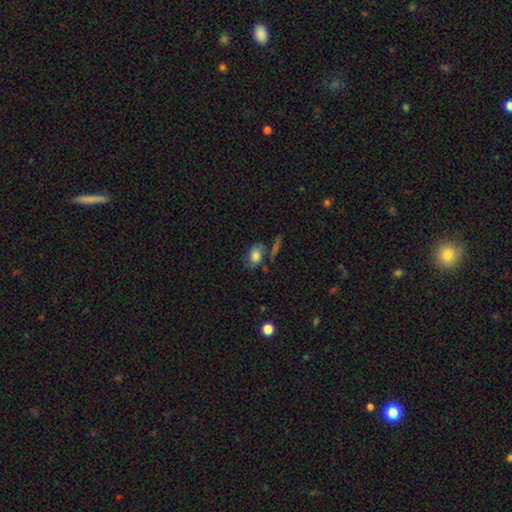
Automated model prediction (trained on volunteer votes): Smooth or featured? smooth (75%)
How rounded? in between (76%)
Merging? none (54%)